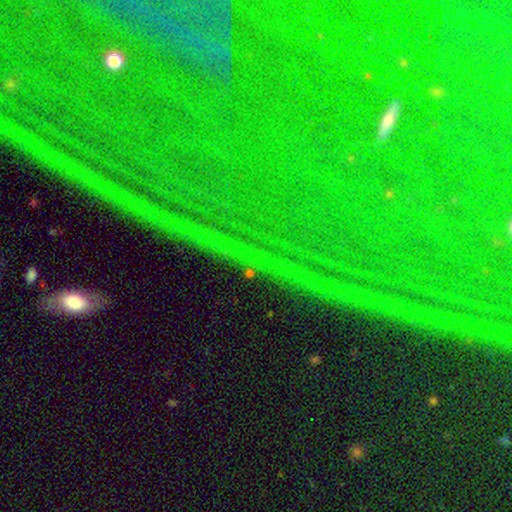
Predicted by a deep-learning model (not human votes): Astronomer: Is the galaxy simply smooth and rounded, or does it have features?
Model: star or artifact — 84%.